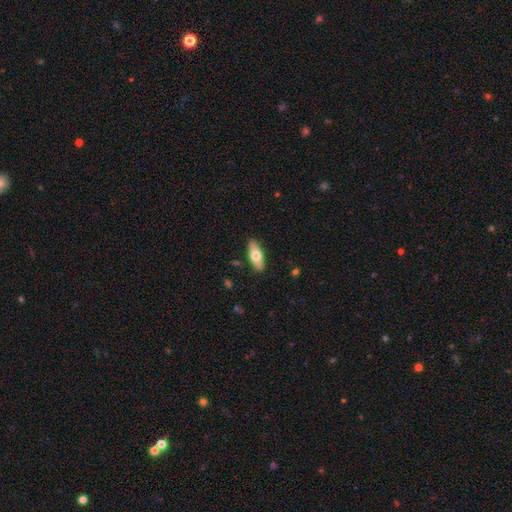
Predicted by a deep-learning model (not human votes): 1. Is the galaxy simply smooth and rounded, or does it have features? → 62% smooth, 32% featured or disk, 6% star or artifact.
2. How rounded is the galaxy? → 72% in between, 25% cigar-shaped, 3% round.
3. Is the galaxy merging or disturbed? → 88% none, 9% minor disturbance, 2% major disturbance, 1% merger.